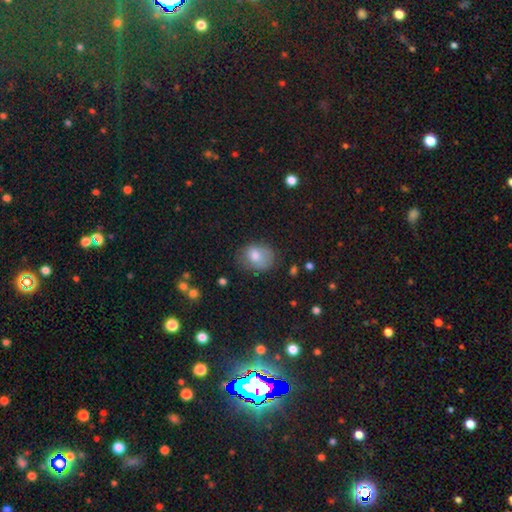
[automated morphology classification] A smooth galaxy with no disk features (75%) that is in between round and cigar-shaped (54%). Merging: none (58%).